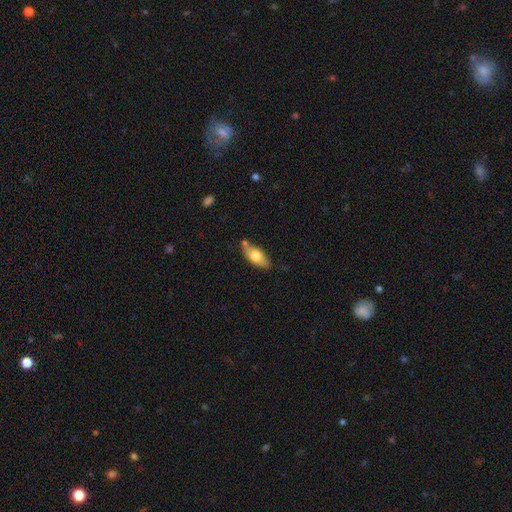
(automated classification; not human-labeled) This appears to be a smooth galaxy with no disk features (69%) that is in between round and cigar-shaped (83%). Merging: none (69%).